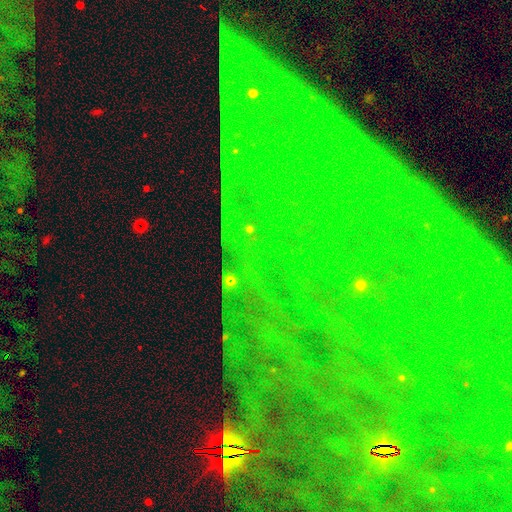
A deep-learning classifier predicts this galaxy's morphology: The model was most divided on "smooth or featured": star or artifact: 84%, featured or disk: 9%, smooth: 7%.